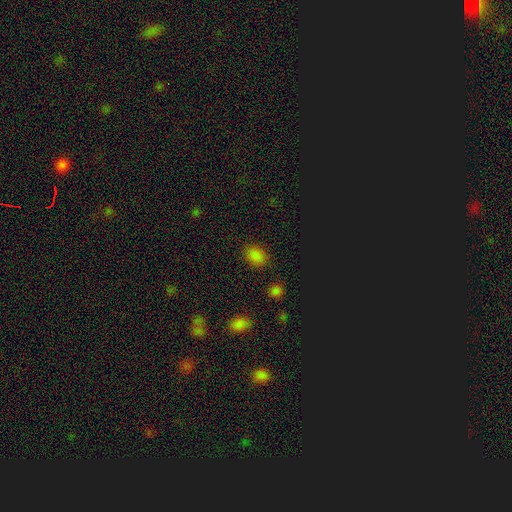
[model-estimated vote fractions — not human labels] This is likely a smooth galaxy (78%). How rounded: possibly in between (54%). Merging: clearly none (85%).